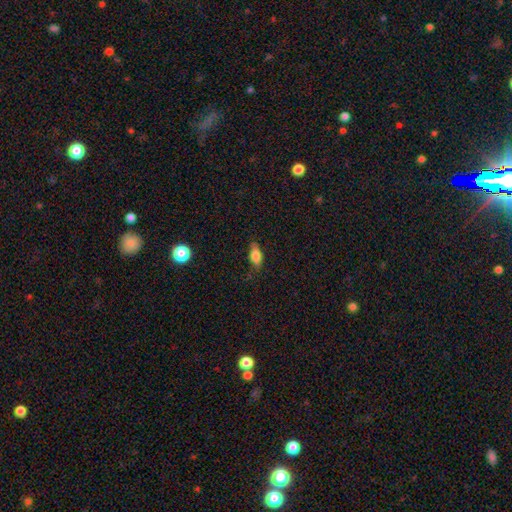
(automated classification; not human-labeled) The model was most divided on "merging": none: 72%, minor disturbance: 22%, major disturbance: 5%, merger: 1%. More confident: how rounded — in between (77%); smooth or featured — smooth (74%).